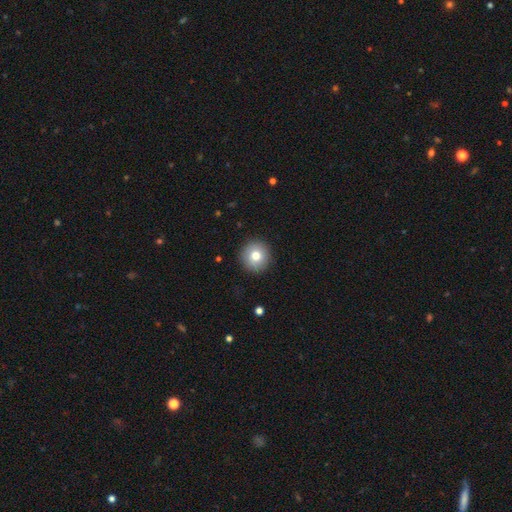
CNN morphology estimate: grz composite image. It shows a smooth galaxy with no disk features (78%) that is round (94%). Merging: none (92%).